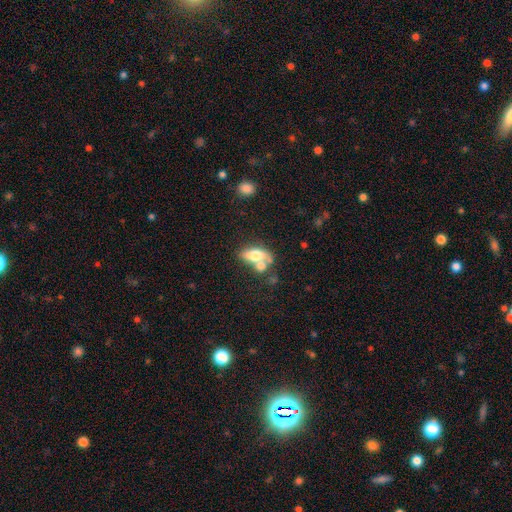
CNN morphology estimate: smooth-or-featured: smooth: 63% | featured or disk: 29% | star or artifact: 8%
  how-rounded: in between: 81% | round: 9% | cigar-shaped: 9%
  merging: merger: 50% | none: 28% | minor disturbance: 13% | major disturbance: 9%